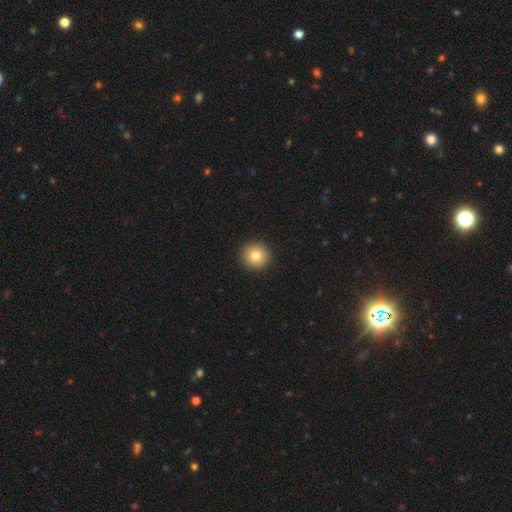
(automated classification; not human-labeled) smooth-or-featured: smooth: 79% | star or artifact: 11% | featured or disk: 10%
  how-rounded: round: 95% | in between: 4% | cigar-shaped: 1%
  merging: none: 93% | minor disturbance: 4% | major disturbance: 1% | merger: 1%